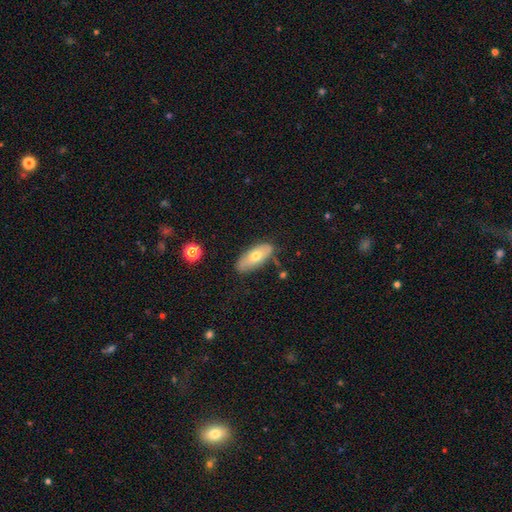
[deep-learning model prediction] Smooth or featured?
  - smooth: 64% *
  - featured or disk: 29%
  - star or artifact: 7%
How rounded?
  - in between: 80% *
  - cigar-shaped: 17%
  - round: 3%
Merging?
  - none: 76% *
  - minor disturbance: 18%
  - major disturbance: 4%
  - merger: 3%